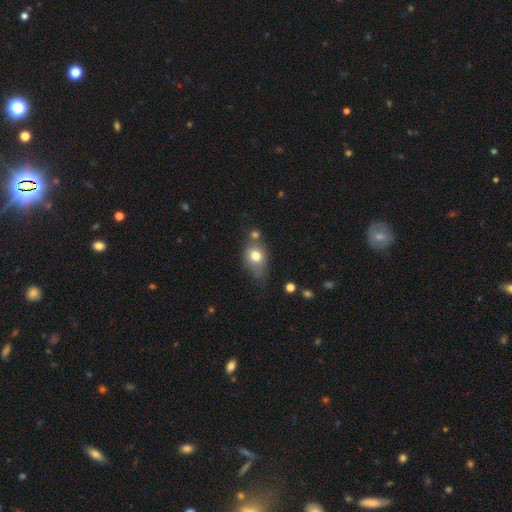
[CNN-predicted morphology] Overall: smooth (74%). How rounded: in between (60%; round 37%). Merging: none (47%; minor disturbance 25%).